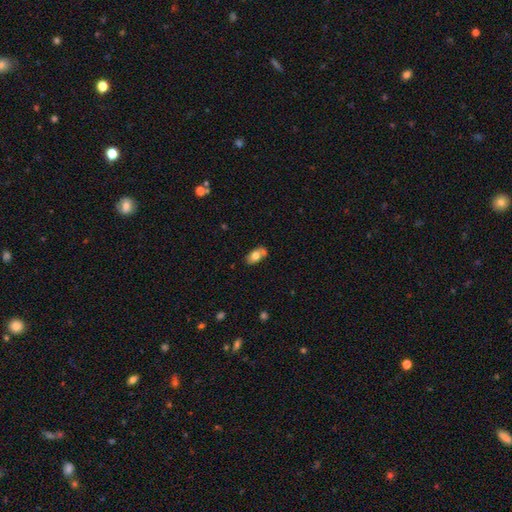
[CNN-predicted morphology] This is likely a smooth galaxy (74%). How rounded: clearly in between (87%). Merging: possibly none (53%).